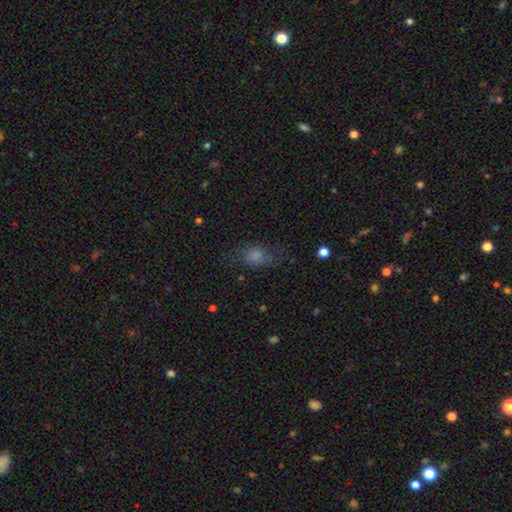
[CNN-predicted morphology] Q: Smooth or featured?
A: smooth (72%); runner-up: featured or disk (14%)
Q: How rounded?
A: in between (70%); runner-up: round (26%)
Q: Merging?
A: none (56%); runner-up: minor disturbance (24%)